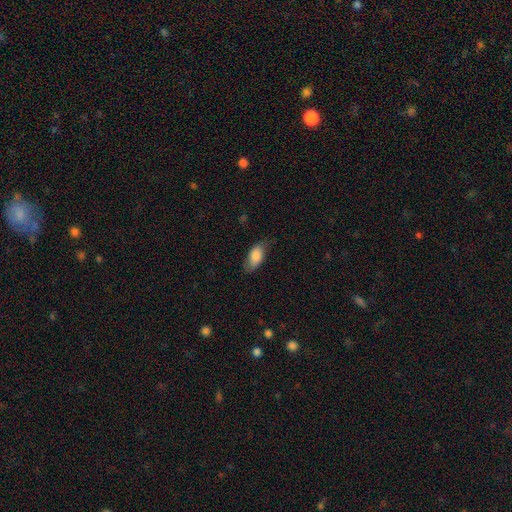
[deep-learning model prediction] Smooth or featured?
  - smooth: 82% *
  - featured or disk: 11%
  - star or artifact: 7%
How rounded?
  - in between: 90% *
  - cigar-shaped: 7%
  - round: 3%
Merging?
  - none: 70% *
  - minor disturbance: 23%
  - major disturbance: 6%
  - merger: 1%